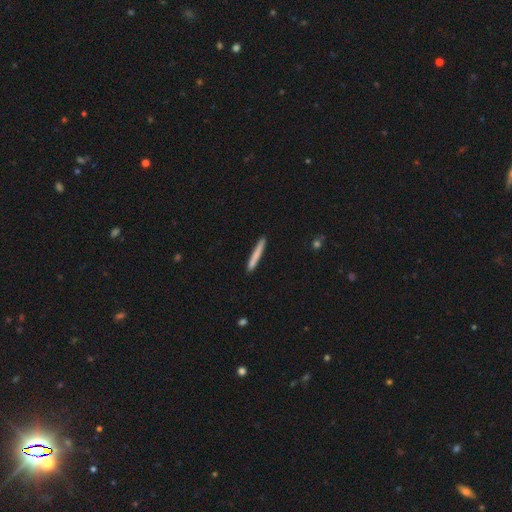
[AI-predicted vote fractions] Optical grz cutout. It shows a smooth galaxy with no disk features (75%) that is cigar-shaped (97%). Merging: none (91%).